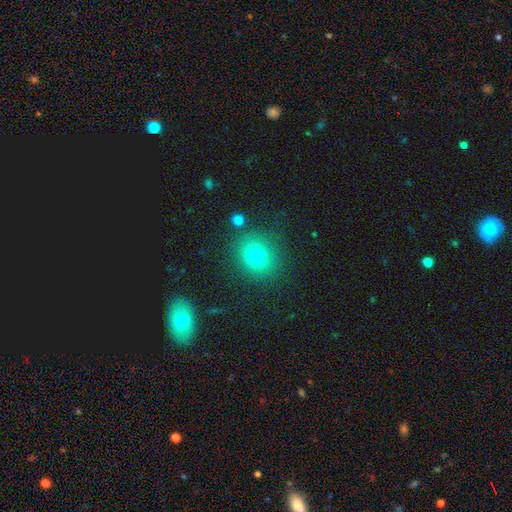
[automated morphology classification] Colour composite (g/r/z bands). It shows a smooth galaxy with no disk features (75%) that is round (76%). Merging: none (84%).